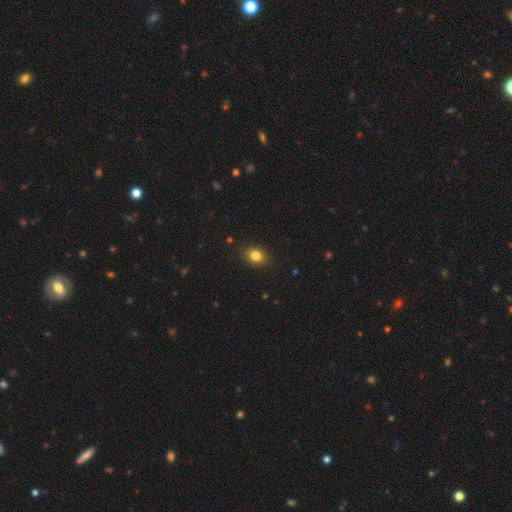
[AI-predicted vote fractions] A smooth galaxy with no disk features (83%) that is in between round and cigar-shaped (61%). Merging: none (88%).